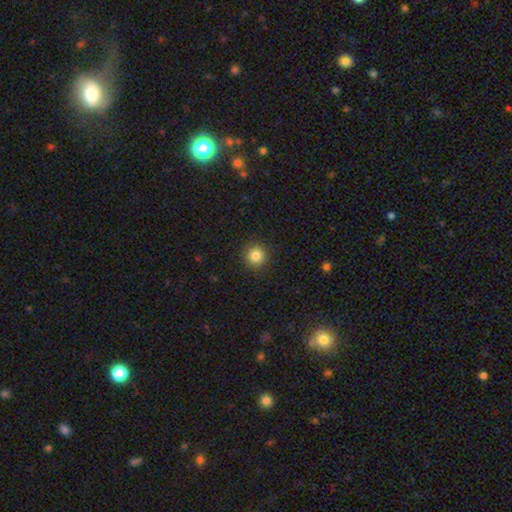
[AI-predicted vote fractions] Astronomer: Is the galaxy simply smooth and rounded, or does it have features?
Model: smooth — 84%.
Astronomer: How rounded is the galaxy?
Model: round — 94%.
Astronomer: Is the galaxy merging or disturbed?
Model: none — 92%.